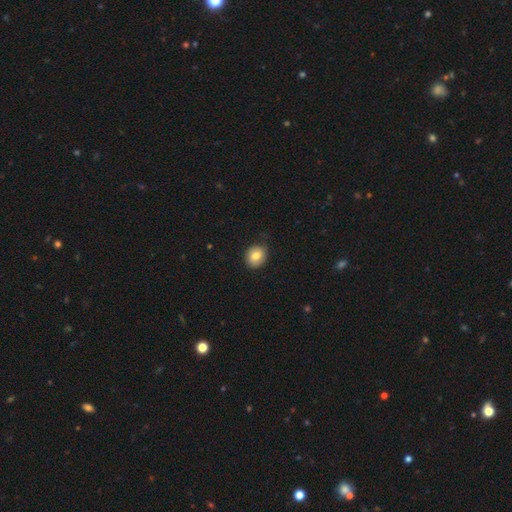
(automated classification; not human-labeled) Overall: smooth (80%). How rounded: round (64%; in between 35%). Merging: none (78%).